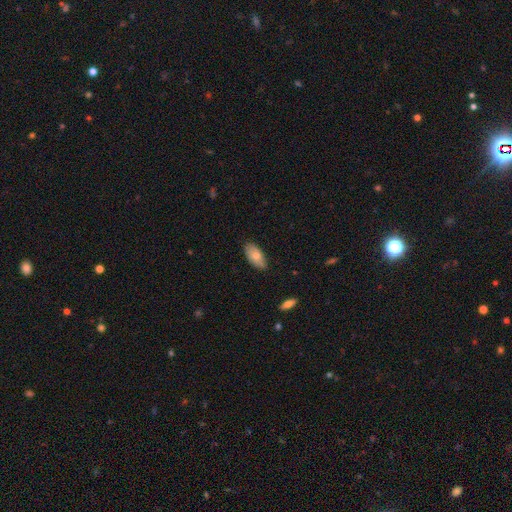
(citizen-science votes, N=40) Smooth or featured: smooth — 72% (featured or disk — 22%)
How rounded: in between — 79% (round — 10%)
Merging: none — 87% (minor disturbance — 8%)